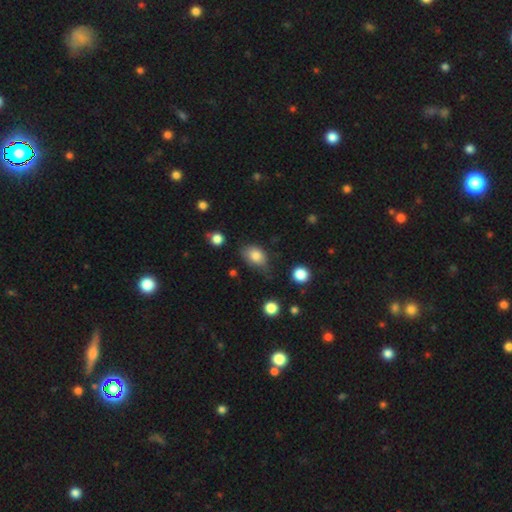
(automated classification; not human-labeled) smooth-or-featured: smooth: 81% | featured or disk: 10% | star or artifact: 9%
  how-rounded: in between: 77% | round: 21% | cigar-shaped: 1%
  merging: none: 52% | minor disturbance: 34% | major disturbance: 10% | merger: 4%